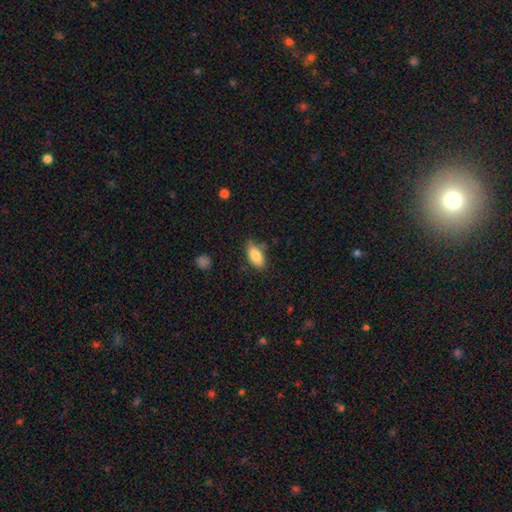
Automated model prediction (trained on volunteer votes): A smooth galaxy with no disk features (84%) that is in between round and cigar-shaped (90%). Merging: none (72%).